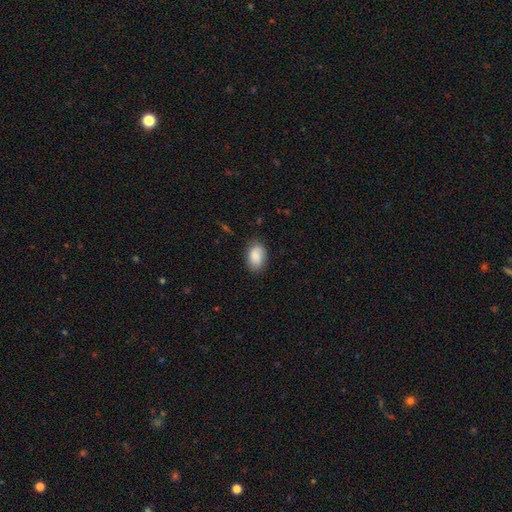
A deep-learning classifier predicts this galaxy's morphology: A smooth galaxy with no disk features (82%) that is in between round and cigar-shaped (88%). Merging: none (80%).